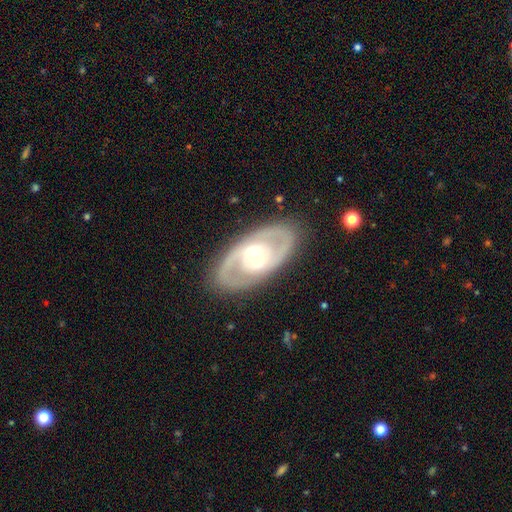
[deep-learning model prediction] A featured or disk galaxy (83%) with a weak bar (43%), 2 (84%) medium (47%) spiral arms (80%) and a moderate central bulge (51%).

Vote fractions:
- Smooth or featured? featured or disk: 83% / smooth: 13% / star or artifact: 5%
- Edge-on disk? no: 94% / yes: 6%
- Bar? weak: 43% / no: 33% / strong: 24%
- Spiral arms? yes: 80% / no: 20%
- Spiral winding? medium: 47% / tight: 39% / loose: 14%
- Spiral arm count? 2: 84% / can't tell: 9% / 3: 2% / 1: 2% / 4: 1% / more than 4: 1%
- Bulge size? moderate: 51% / small: 41% / large: 6% / dominant: 1% / none: 1%
- Merging? none: 85% / minor disturbance: 10% / major disturbance: 4% / merger: 1%